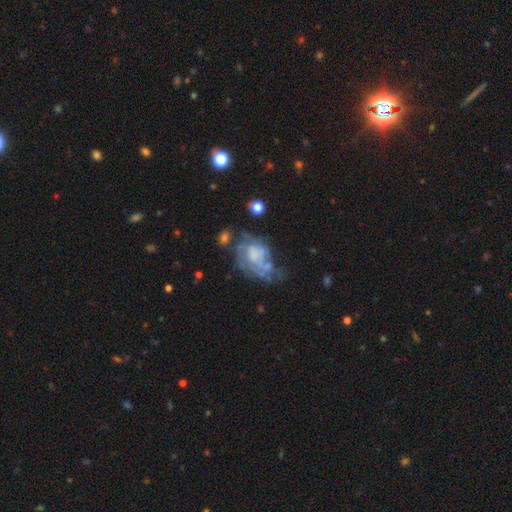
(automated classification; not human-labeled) Overall: featured or disk (64%; smooth 26%). Edge-on disk: no (97%). Bar: no (80%). Spiral arms: yes (52%; no 48%). Bulge size: none (44%; moderate 23%). Merging: none (33%; major disturbance 31%).